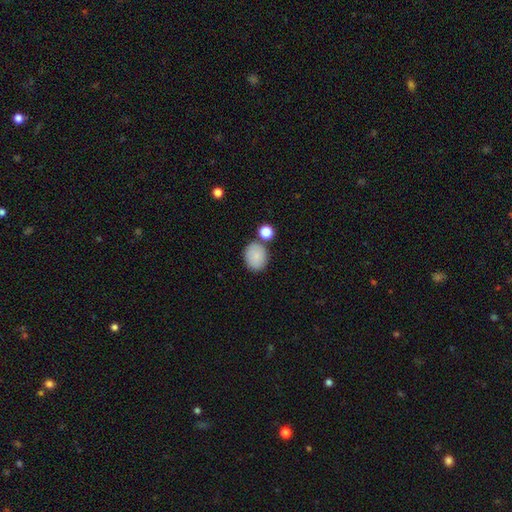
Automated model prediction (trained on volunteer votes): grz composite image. It shows a smooth galaxy with no disk features (85%) that is round (51%). Merging: none (73%).